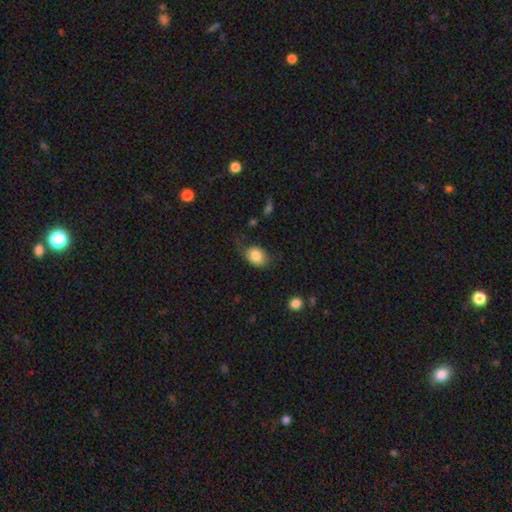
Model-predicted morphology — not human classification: smooth-or-featured: smooth: 81% | featured or disk: 11% | star or artifact: 8%
  how-rounded: in between: 64% | round: 35% | cigar-shaped: 1%
  merging: none: 55% | minor disturbance: 30% | major disturbance: 13% | merger: 2%